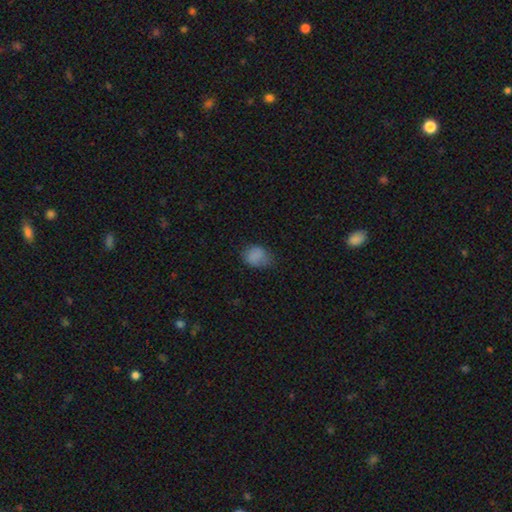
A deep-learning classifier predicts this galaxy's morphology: A smooth galaxy with no disk features (82%) that is in between round and cigar-shaped (57%).

Vote fractions:
- Smooth or featured? smooth: 82% / star or artifact: 11% / featured or disk: 7%
- How rounded? in between: 57% / round: 42% / cigar-shaped: 1%
- Merging? none: 57% / minor disturbance: 32% / major disturbance: 10% / merger: 1%